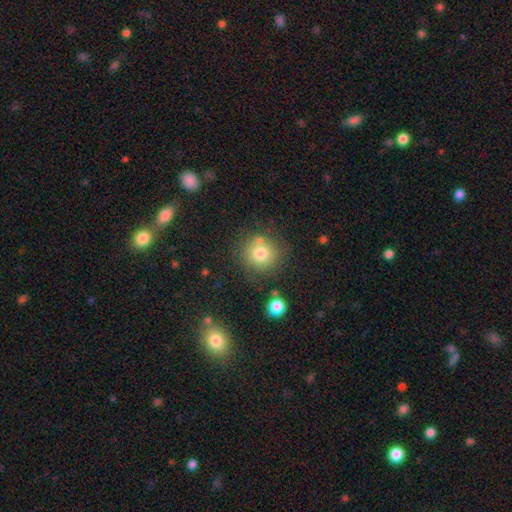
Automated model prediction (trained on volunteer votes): The model was most divided on "merging": none: 72%, minor disturbance: 12%, merger: 11%, major disturbance: 4%. More confident: how rounded — round (92%); smooth or featured — smooth (77%).